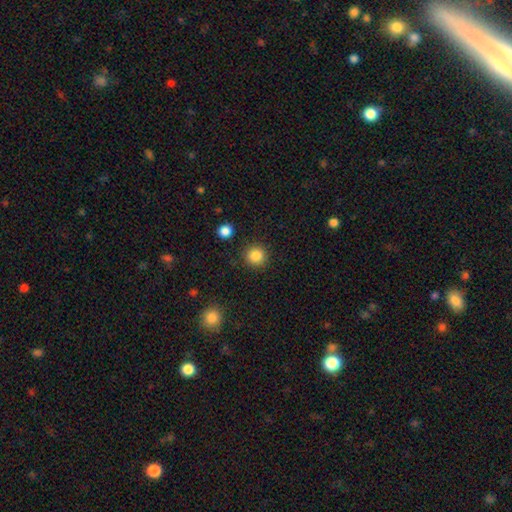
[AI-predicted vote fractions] A smooth galaxy with no disk features (86%) that is round (93%). Merging: none (90%).